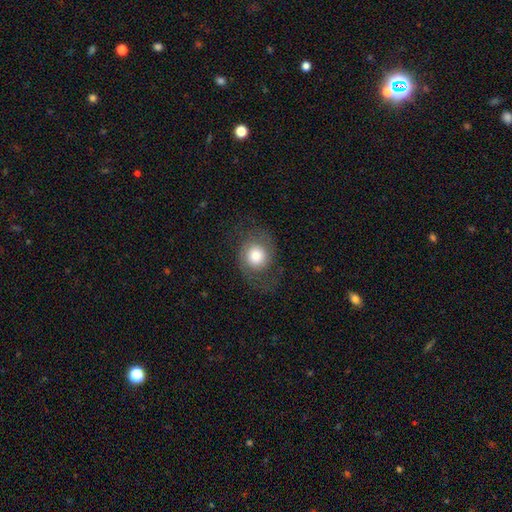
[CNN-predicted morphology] This appears to be a smooth galaxy with no disk features (56%) that is round (66%). Merging: none (66%).